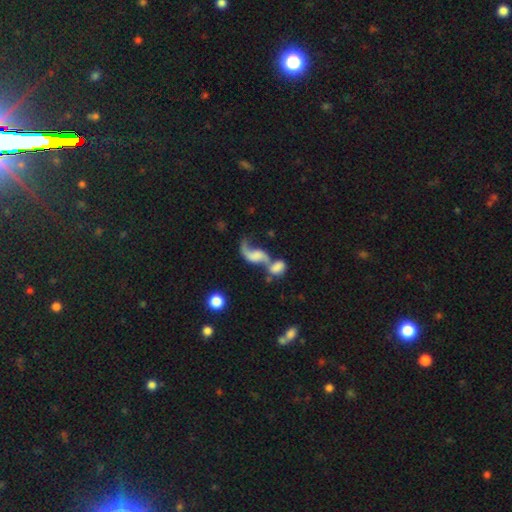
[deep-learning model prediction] Q: Smooth or featured?
A: featured or disk (68%); runner-up: smooth (24%)
Q: Edge-on disk?
A: no (96%); runner-up: yes (4%)
Q: Bar?
A: no (60%); runner-up: weak (30%)
Q: Spiral arms?
A: yes (85%); runner-up: no (15%)
Q: Spiral winding?
A: loose (88%); runner-up: medium (10%)
Q: Spiral arm count?
A: 2 (72%); runner-up: 1 (22%)
Q: Bulge size?
A: none (45%); runner-up: small (19%)
Q: Merging?
A: merger (65%); runner-up: none (15%)